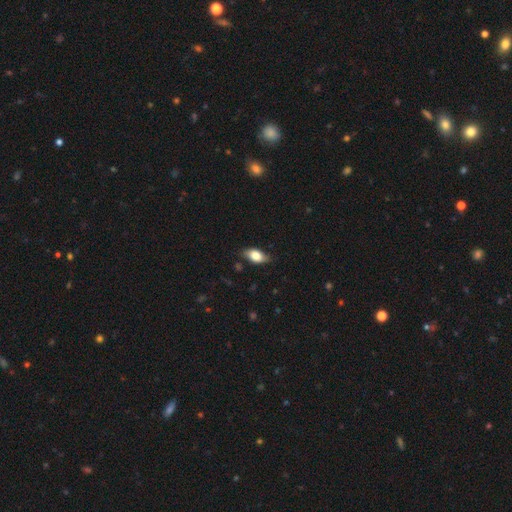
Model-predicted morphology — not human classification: smooth-or-featured: smooth: 75% | featured or disk: 18% | star or artifact: 7%
  how-rounded: in between: 88% | round: 6% | cigar-shaped: 6%
  merging: none: 77% | minor disturbance: 18% | major disturbance: 4% | merger: 1%